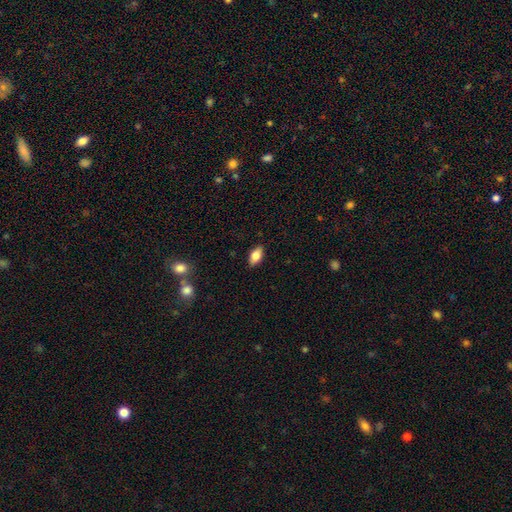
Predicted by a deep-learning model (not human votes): The model was most divided on "smooth or featured": smooth: 77%, featured or disk: 15%, star or artifact: 8%. More confident: how rounded — in between (90%); merging — none (87%).